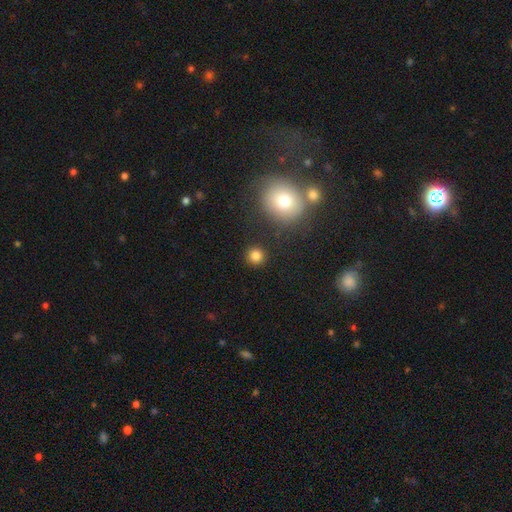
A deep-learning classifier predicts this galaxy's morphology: Smooth or featured: smooth — 83% (star or artifact — 12%)
How rounded: round — 92% (in between — 7%)
Merging: none — 89% (minor disturbance — 6%)